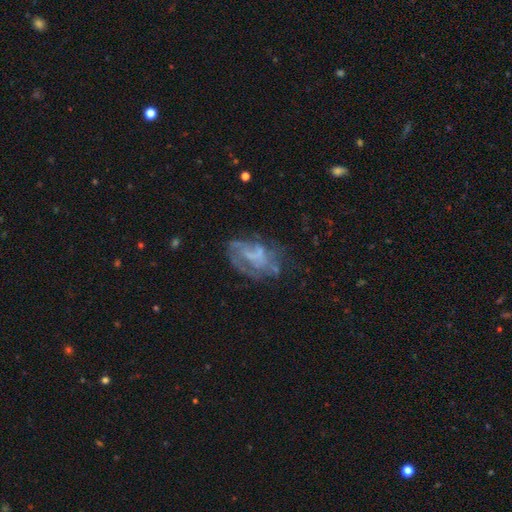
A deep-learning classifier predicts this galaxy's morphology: smooth_or_featured: featured or disk (p=0.65) [alt: smooth p=0.23]
disk_edge_on: no (p=0.97) [alt: yes p=0.03]
bar: no (p=0.67) [alt: weak p=0.25]
has_spiral_arms: yes (p=0.52) [alt: no p=0.48]
bulge_size: none (p=0.64) [alt: small p=0.18]
merging: none (p=0.43) [alt: major disturbance p=0.29]